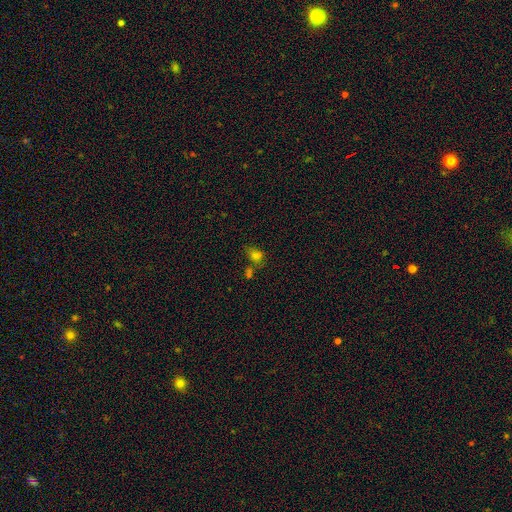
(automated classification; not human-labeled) Q: Smooth or featured?
A: smooth (62%); runner-up: star or artifact (26%)
Q: How rounded?
A: in between (70%); runner-up: round (27%)
Q: Merging?
A: merger (35%); tied with: none (35%)